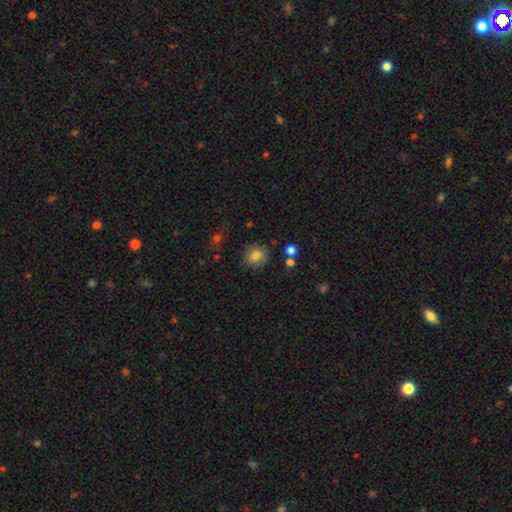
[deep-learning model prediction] A smooth galaxy with no disk features (82%) that is round (87%). Merging: none (83%).